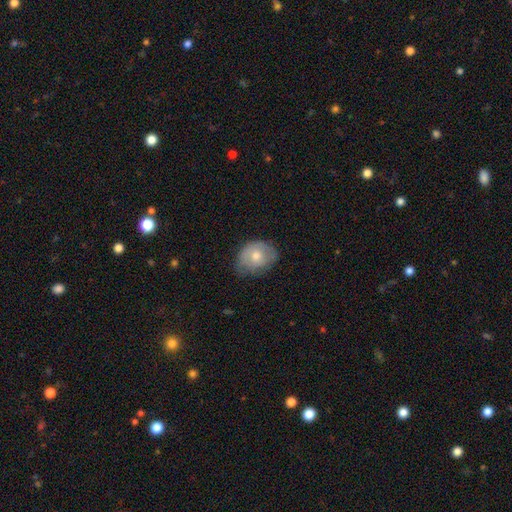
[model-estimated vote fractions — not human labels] Morphology: type=smooth (62%); roundness=in between (52%); merging=none (59%).